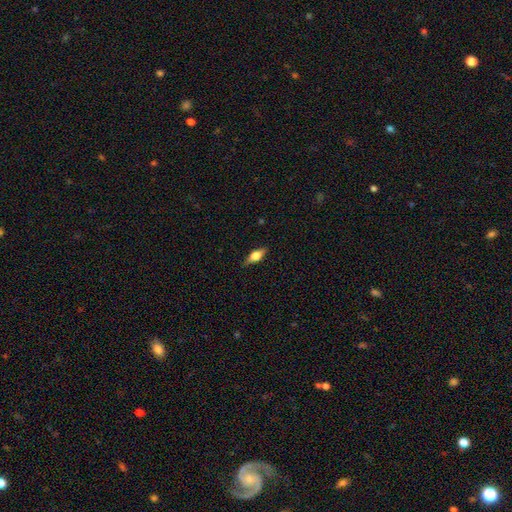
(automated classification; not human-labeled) smooth 49%, featured or disk 43%, star or artifact 8%. Down the decision tree: merging — none (84%).